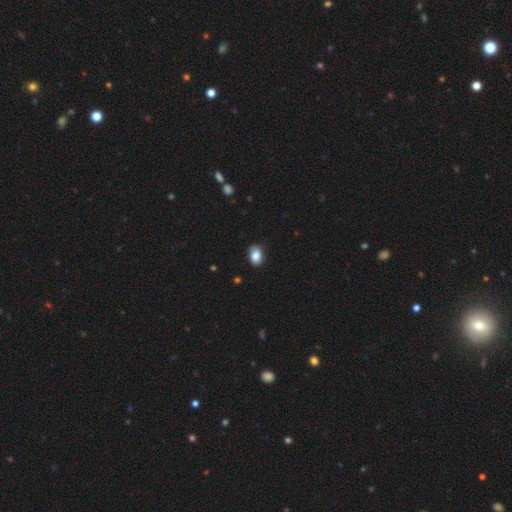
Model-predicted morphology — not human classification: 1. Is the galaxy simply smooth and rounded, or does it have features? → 85% smooth, 8% star or artifact, 7% featured or disk.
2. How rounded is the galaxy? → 81% in between, 17% round, 1% cigar-shaped.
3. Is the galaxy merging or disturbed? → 76% none, 20% minor disturbance, 3% major disturbance, 1% merger.